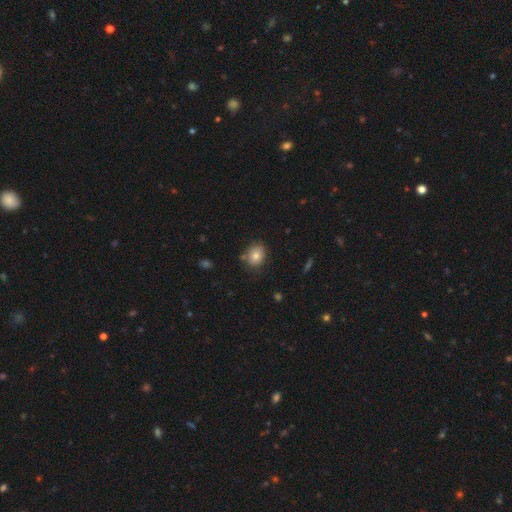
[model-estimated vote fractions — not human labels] Smooth or featured?
  - smooth: 79% *
  - featured or disk: 11%
  - star or artifact: 10%
How rounded?
  - round: 58% *
  - in between: 41%
  - cigar-shaped: 1%
Merging?
  - none: 75% *
  - minor disturbance: 17%
  - merger: 5%
  - major disturbance: 3%